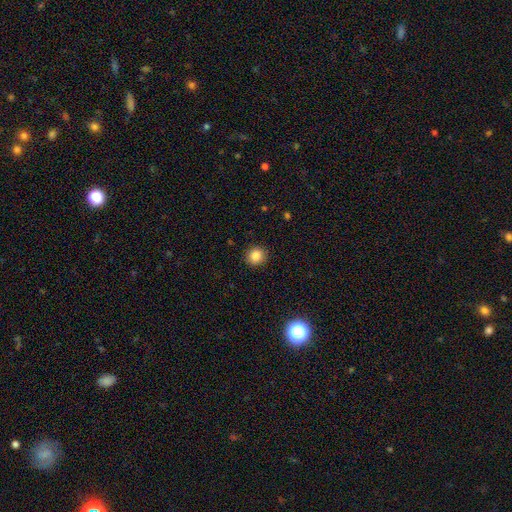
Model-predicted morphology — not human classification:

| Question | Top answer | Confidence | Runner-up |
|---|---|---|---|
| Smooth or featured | smooth | 84% | star or artifact (11%) |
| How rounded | round | 90% | in between (10%) |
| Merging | none | 91% | minor disturbance (6%) |